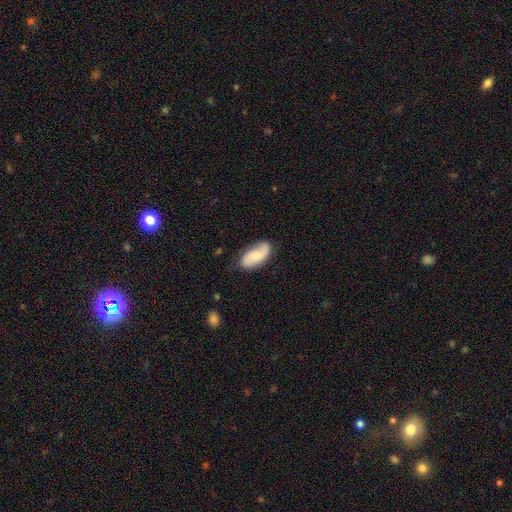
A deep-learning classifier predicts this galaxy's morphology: smooth_or_featured: smooth (p=0.52) [alt: featured or disk p=0.41]
how_rounded: in between (p=0.92) [alt: cigar-shaped p=0.06]
merging: none (p=0.74) [alt: minor disturbance p=0.20]